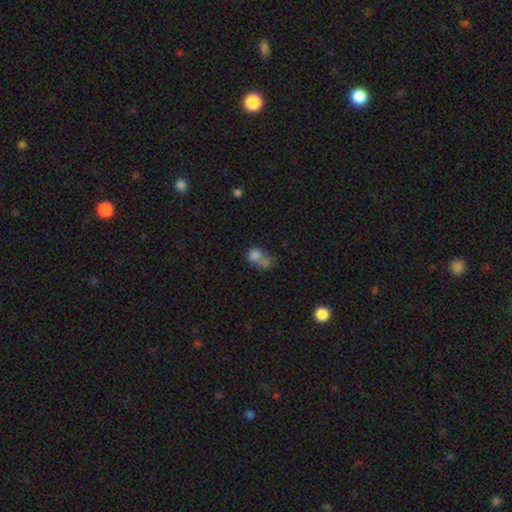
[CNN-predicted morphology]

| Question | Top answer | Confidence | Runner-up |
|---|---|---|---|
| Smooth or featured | smooth | 75% | featured or disk (13%) |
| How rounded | round | 58% | in between (40%) |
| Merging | merger | 54% | none (25%) |